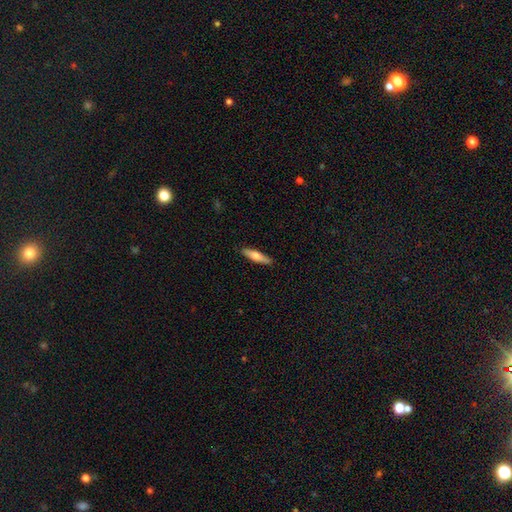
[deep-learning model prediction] Smooth or featured? Predicted: smooth (p=0.64). How rounded? Predicted: cigar-shaped (p=0.77). Merging? Predicted: none (p=0.89).